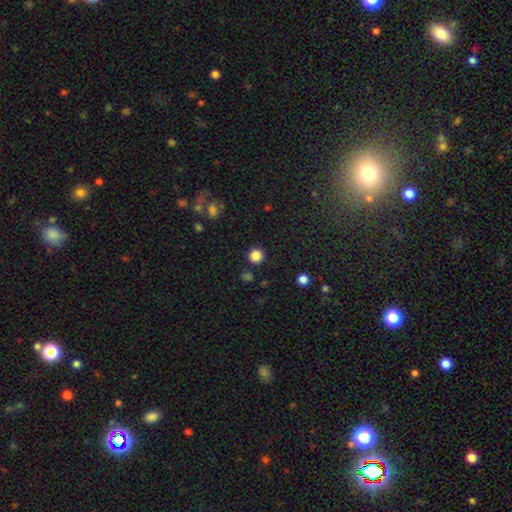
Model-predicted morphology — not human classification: smooth_or_featured: smooth (p=0.85) [alt: star or artifact p=0.12]
how_rounded: round (p=0.95) [alt: in between p=0.04]
merging: none (p=0.90) [alt: minor disturbance p=0.05]